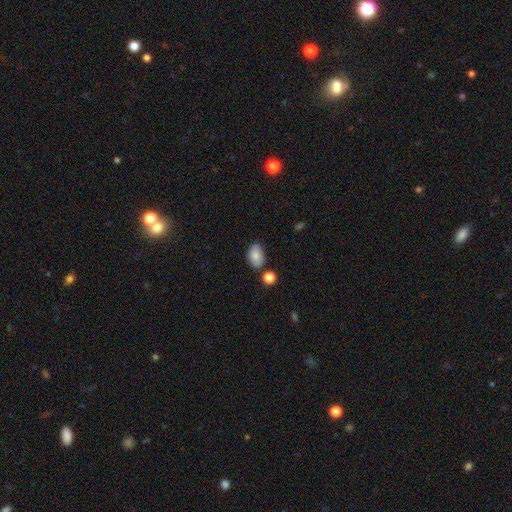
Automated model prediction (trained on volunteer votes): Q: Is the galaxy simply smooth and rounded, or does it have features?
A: smooth — 84%.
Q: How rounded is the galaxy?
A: in between — 88%.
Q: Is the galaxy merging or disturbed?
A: none — 72%.